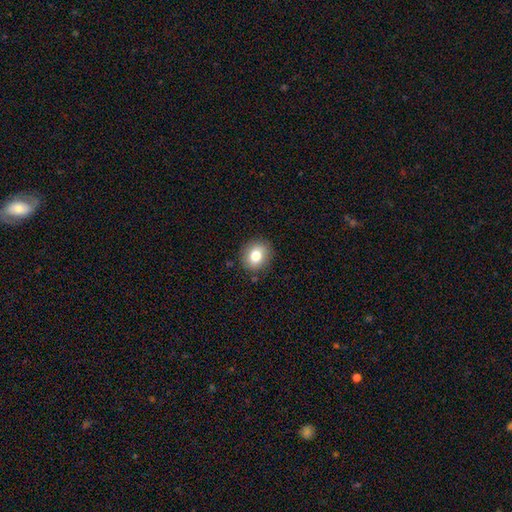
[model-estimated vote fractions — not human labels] Smooth or featured: smooth — 80% (star or artifact — 10%)
How rounded: round — 69% (in between — 30%)
Merging: none — 87% (minor disturbance — 9%)